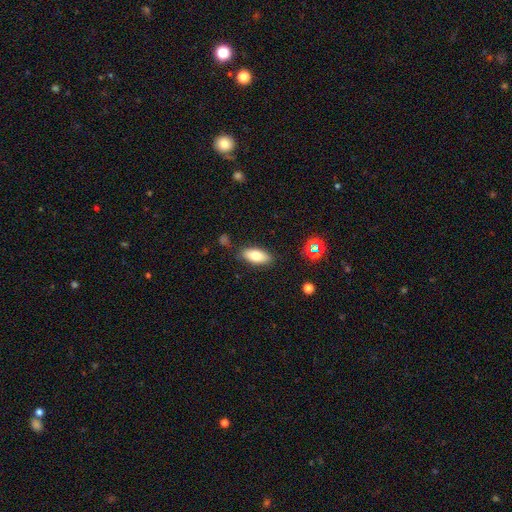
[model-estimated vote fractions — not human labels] Smooth or featured? smooth (75%)
How rounded? in between (84%)
Merging? none (84%)